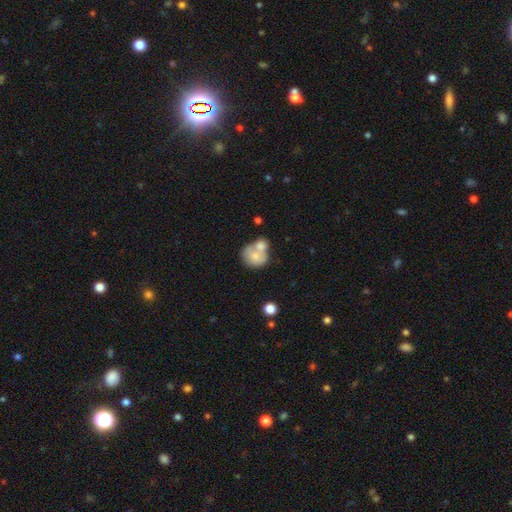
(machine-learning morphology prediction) Smooth or featured? Predicted: smooth (p=0.71). How rounded? Predicted: round (p=0.68). Merging? Predicted: merger (p=0.61).